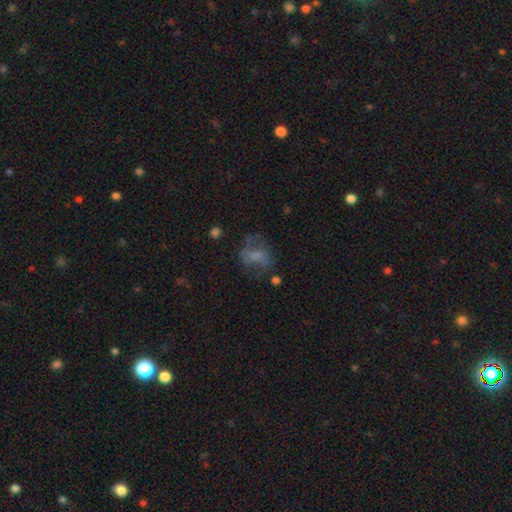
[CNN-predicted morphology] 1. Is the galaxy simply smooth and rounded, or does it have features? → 48% smooth, 39% featured or disk, 12% star or artifact.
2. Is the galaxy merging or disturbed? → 49% none, 26% major disturbance, 21% minor disturbance, 4% merger.